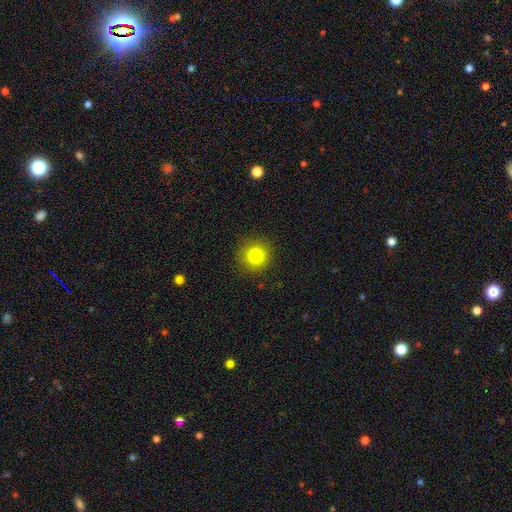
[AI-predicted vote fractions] This appears to be a smooth galaxy with no disk features (83%) that is round (93%). Merging: none (90%).